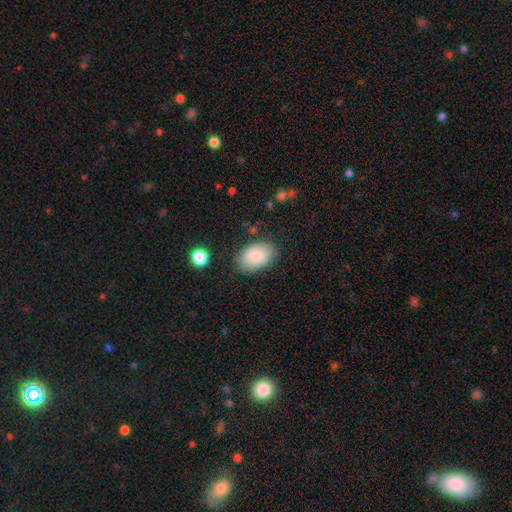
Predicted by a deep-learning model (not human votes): This appears to be a smooth galaxy with no disk features (85%) that is in between round and cigar-shaped (91%). Merging: none (81%).